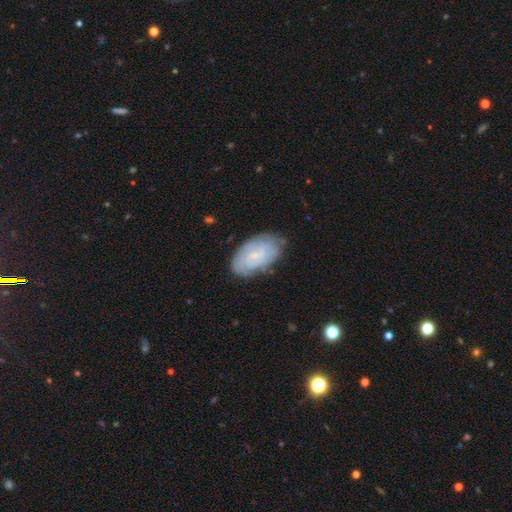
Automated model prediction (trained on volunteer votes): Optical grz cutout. It shows a featured or disk galaxy (56%) with no bar (57%), spiral arms (79%) and a small central bulge (72%). Merging: none (74%).